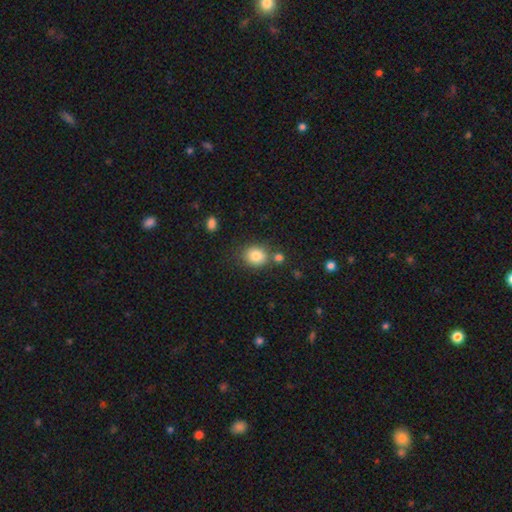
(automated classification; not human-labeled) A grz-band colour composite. It shows a smooth galaxy with no disk features (83%) that is round (69%). Merging: none (70%).